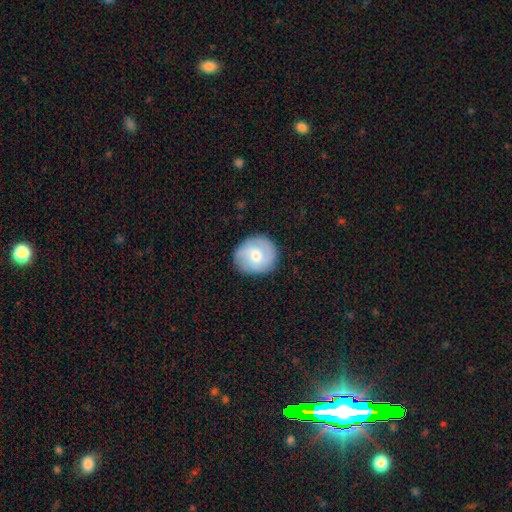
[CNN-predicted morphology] The model was most divided on "smooth or featured": featured or disk: 50%, smooth: 43%, star or artifact: 7%. More confident: merging — none (83%).